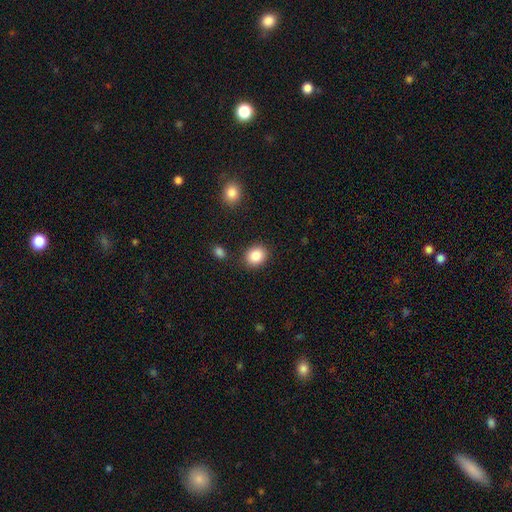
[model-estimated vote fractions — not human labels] Morphology: type=smooth (86%); roundness=round (58%); merging=none (86%).